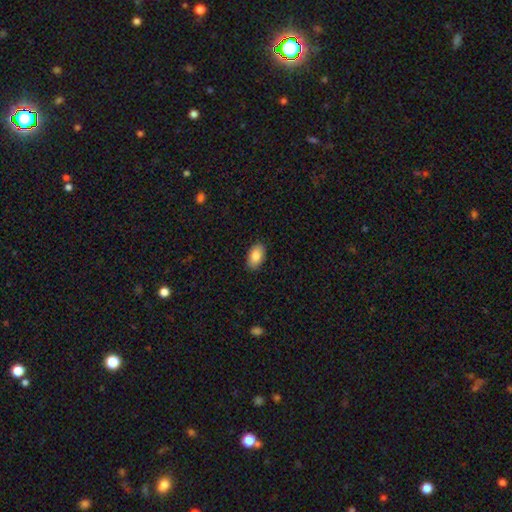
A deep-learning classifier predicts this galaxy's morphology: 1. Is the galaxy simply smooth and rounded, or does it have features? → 83% smooth, 10% featured or disk, 7% star or artifact.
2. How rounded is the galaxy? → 93% in between, 6% round, 1% cigar-shaped.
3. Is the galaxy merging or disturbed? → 89% none, 8% minor disturbance, 2% major disturbance, 1% merger.